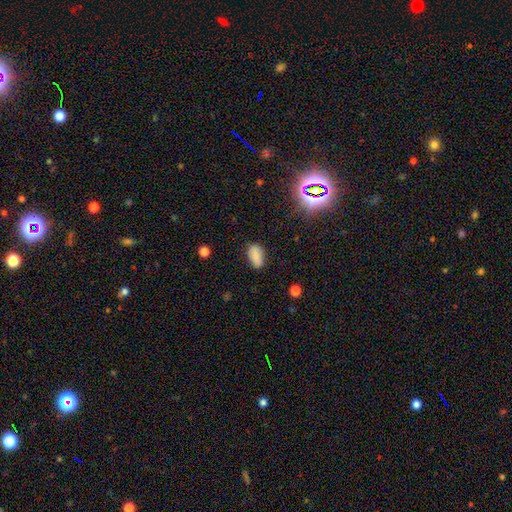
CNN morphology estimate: Smooth or featured: smooth — 83% (star or artifact — 11%)
How rounded: in between — 91% (round — 5%)
Merging: none — 77% (minor disturbance — 17%)